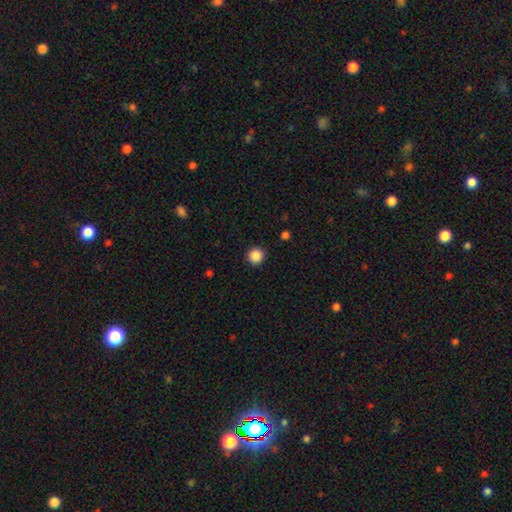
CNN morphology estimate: Smooth or featured? Predicted: smooth (p=0.87). How rounded? Predicted: round (p=0.95). Merging? Predicted: none (p=0.92).